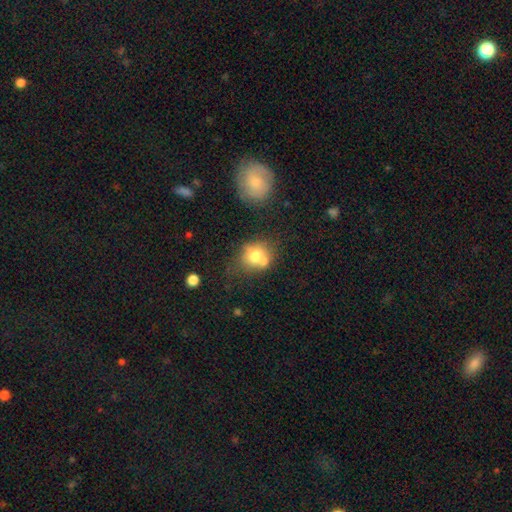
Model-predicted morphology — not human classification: Smooth or featured? smooth (69%)
How rounded? round (65%)
Merging? none (42%)